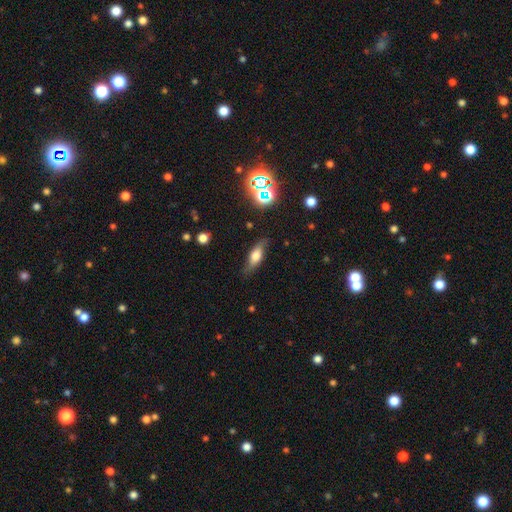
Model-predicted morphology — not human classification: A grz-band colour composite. It shows a smooth galaxy with no disk features (53%) that is in between round and cigar-shaped (58%). Merging: none (77%).